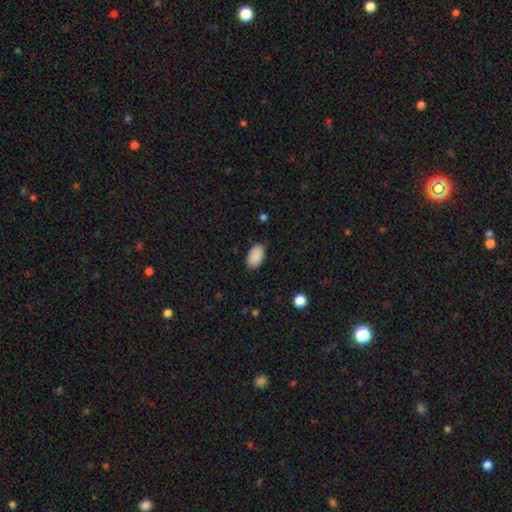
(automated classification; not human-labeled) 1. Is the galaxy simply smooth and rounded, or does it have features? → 90% smooth, 7% star or artifact, 3% featured or disk.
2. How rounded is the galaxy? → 94% in between, 5% round, 1% cigar-shaped.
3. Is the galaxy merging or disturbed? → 86% none, 10% minor disturbance, 2% major disturbance, 1% merger.